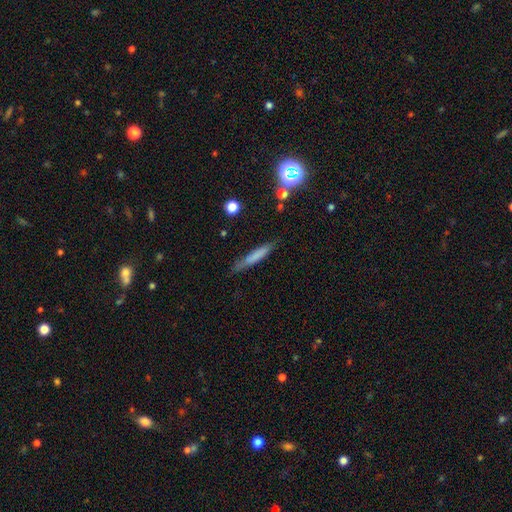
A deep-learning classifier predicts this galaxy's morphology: Overall: smooth (69%). How rounded: cigar-shaped (91%). Merging: none (77%).